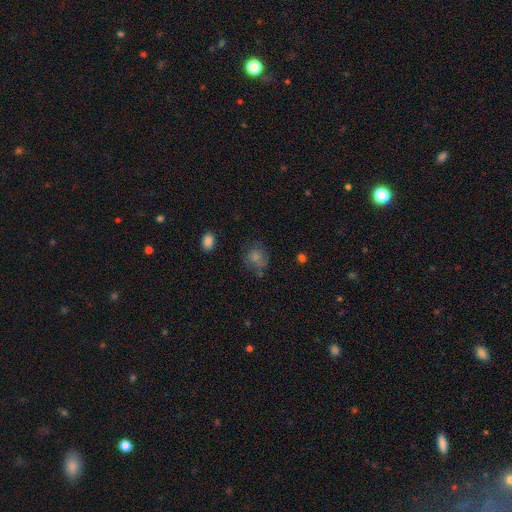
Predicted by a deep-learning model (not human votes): smooth 58%, star or artifact 22%, featured or disk 20%. Down the decision tree: how rounded — round (72%); merging — none (66%).